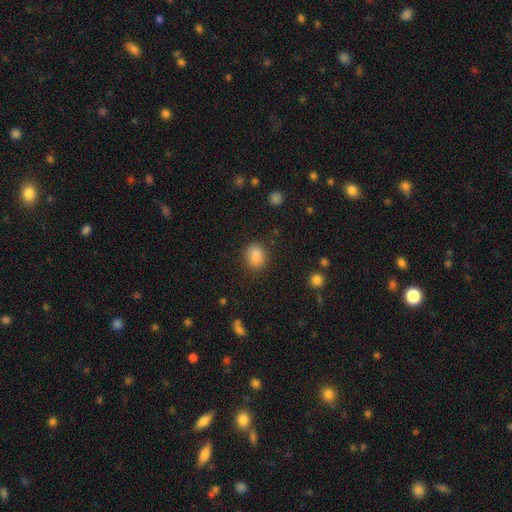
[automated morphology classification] A smooth galaxy with no disk features (86%) that is in between round and cigar-shaped (55%). Merging: none (84%).